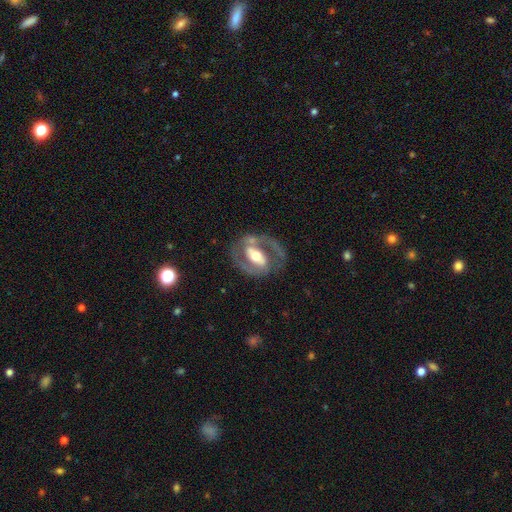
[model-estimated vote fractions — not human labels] This is clearly a featured or disk galaxy (82%). It is clearly not viewed edge-on (95%). Bar: possibly strong (49%). Spiral arm pattern: likely yes (76%). Spiral arm count: clearly 2 (82%). Spiral winding: possibly medium (49%). Central bulge: likely moderate (66%). Merging: likely none (66%).